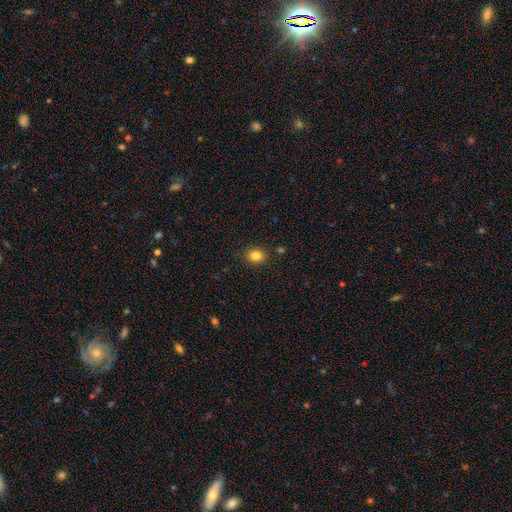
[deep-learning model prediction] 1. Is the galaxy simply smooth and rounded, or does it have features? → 84% smooth, 11% star or artifact, 5% featured or disk.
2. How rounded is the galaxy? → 59% round, 41% in between, 1% cigar-shaped.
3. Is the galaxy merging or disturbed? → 87% none, 8% minor disturbance, 2% major disturbance, 2% merger.